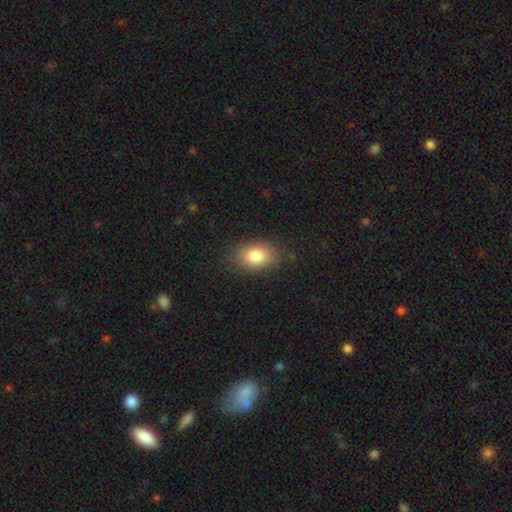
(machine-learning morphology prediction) smooth-or-featured: smooth: 82% | featured or disk: 9% | star or artifact: 9%
  how-rounded: in between: 82% | round: 17% | cigar-shaped: 1%
  merging: none: 84% | minor disturbance: 11% | major disturbance: 3% | merger: 1%